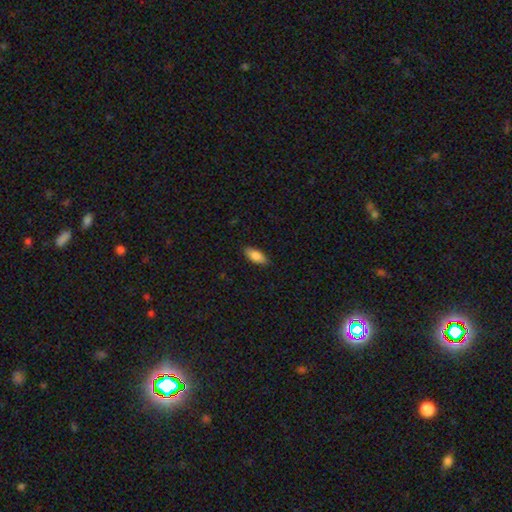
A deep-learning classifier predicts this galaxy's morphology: This is clearly a smooth galaxy (86%). How rounded: clearly in between (87%). Merging: clearly none (85%).